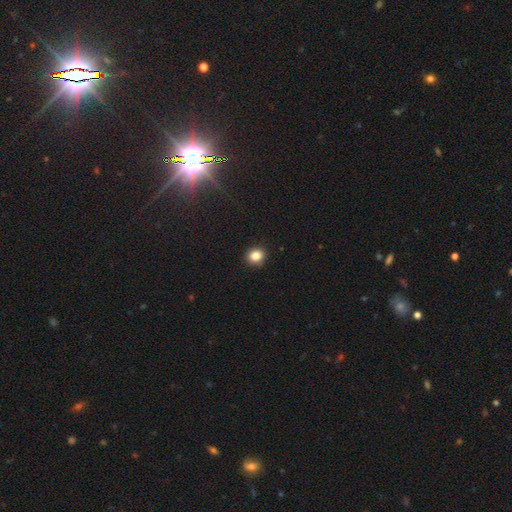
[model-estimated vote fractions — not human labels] Smooth or featured?
  - smooth: 85% *
  - star or artifact: 11%
  - featured or disk: 4%
How rounded?
  - round: 79% *
  - in between: 20%
  - cigar-shaped: 1%
Merging?
  - none: 91% *
  - minor disturbance: 6%
  - major disturbance: 2%
  - merger: 1%